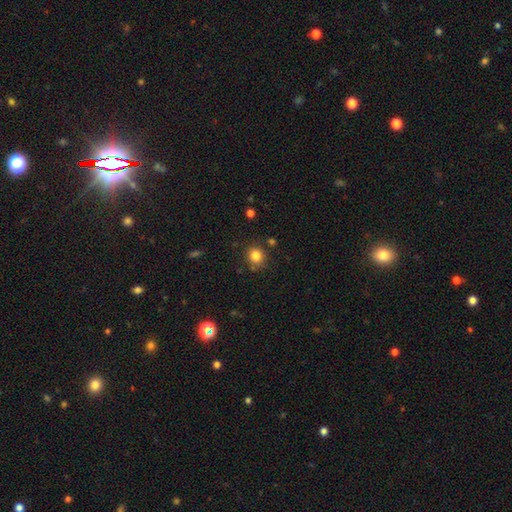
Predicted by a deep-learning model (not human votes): This appears to be a smooth galaxy with no disk features (83%) that is round (83%). Merging: none (81%).